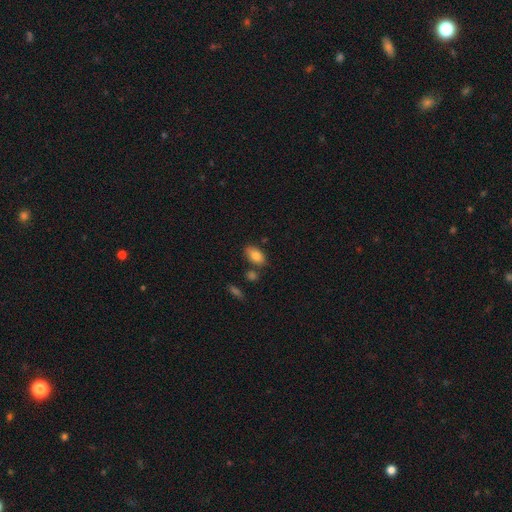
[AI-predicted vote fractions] Overall: smooth (83%). How rounded: in between (92%). Merging: none (73%).